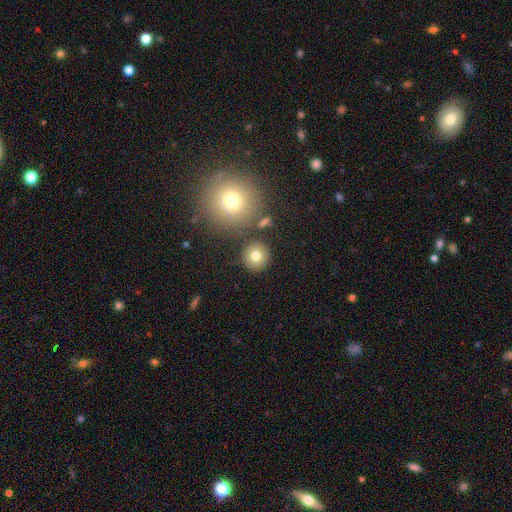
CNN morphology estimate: Smooth or featured? smooth (78%)
How rounded? round (94%)
Merging? none (85%)